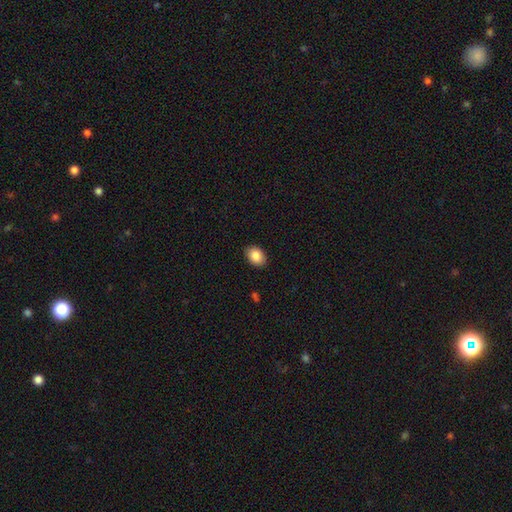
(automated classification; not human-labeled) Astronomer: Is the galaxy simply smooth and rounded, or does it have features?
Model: smooth — 87%.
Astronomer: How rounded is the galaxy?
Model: in between — 78%.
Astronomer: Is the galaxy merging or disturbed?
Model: none — 88%.